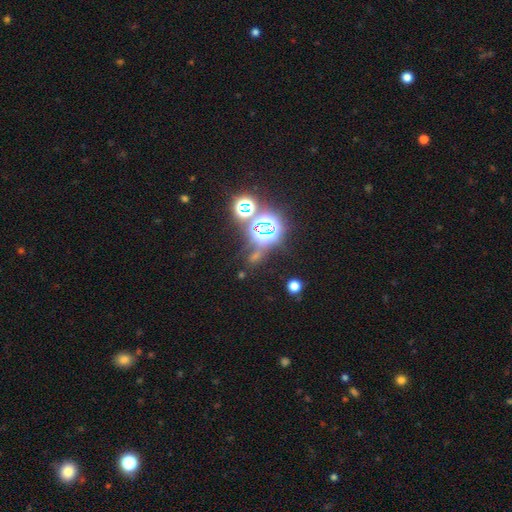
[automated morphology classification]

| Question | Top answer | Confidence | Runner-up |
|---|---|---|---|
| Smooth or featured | star or artifact | 70% | smooth (20%) |